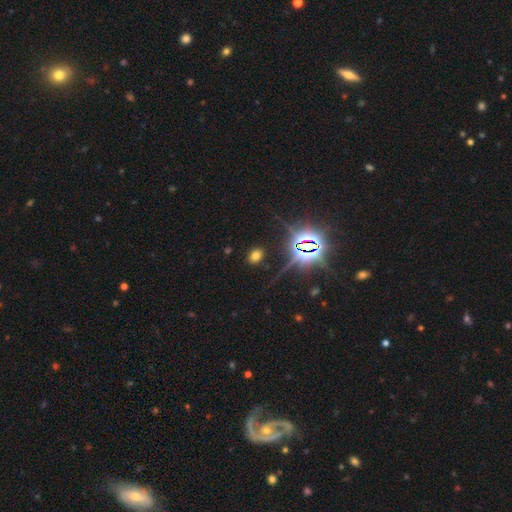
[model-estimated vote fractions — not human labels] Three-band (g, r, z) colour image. It shows a smooth galaxy with no disk features (58%) that is in between round and cigar-shaped (67%). Merging: none (85%).